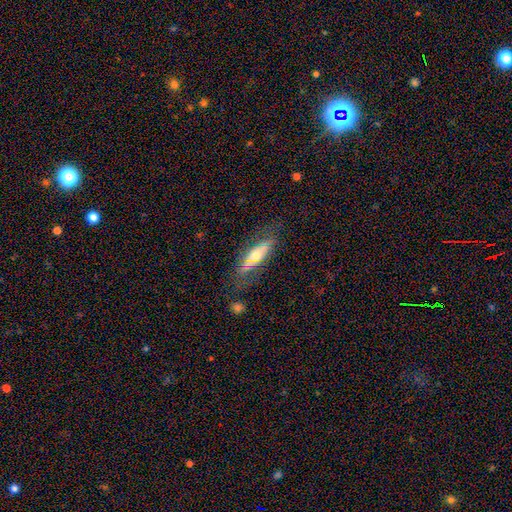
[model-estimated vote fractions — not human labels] The model was most divided on "edge-on disk": no: 51%, yes: 49%. More confident: merging — none (68%); smooth or featured — featured or disk (53%).